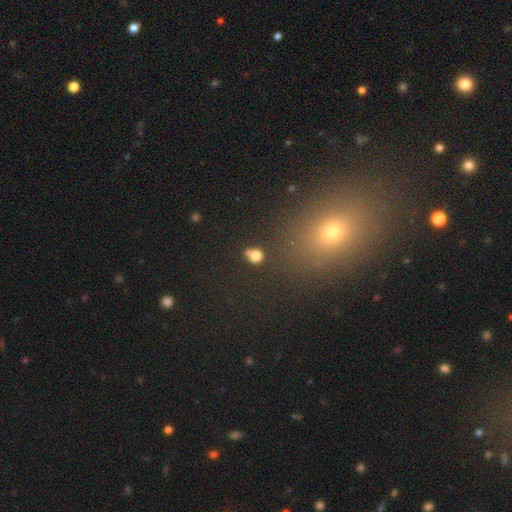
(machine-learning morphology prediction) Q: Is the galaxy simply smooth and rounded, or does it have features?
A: smooth — 76%.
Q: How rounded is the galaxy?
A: round — 67%.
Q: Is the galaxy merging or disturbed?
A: none — 54%.